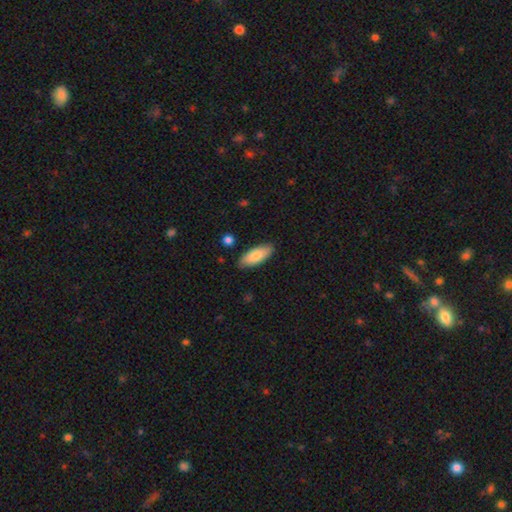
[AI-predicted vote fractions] smooth_or_featured: smooth (p=0.81) [alt: featured or disk p=0.13]
how_rounded: in between (p=0.81) [alt: cigar-shaped p=0.17]
merging: none (p=0.85) [alt: minor disturbance p=0.11]